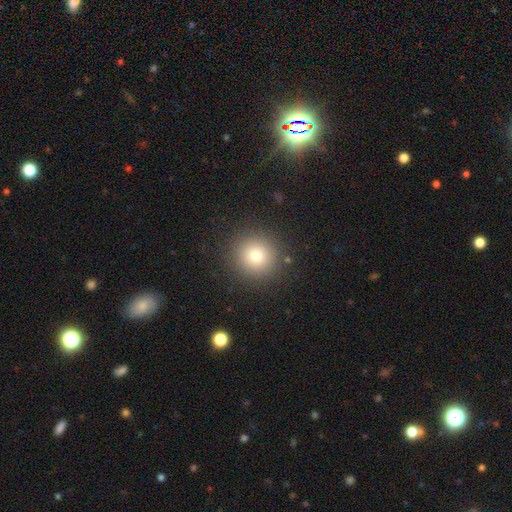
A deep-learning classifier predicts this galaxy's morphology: A smooth galaxy with no disk features (79%) that is round (93%). Merging: none (90%).